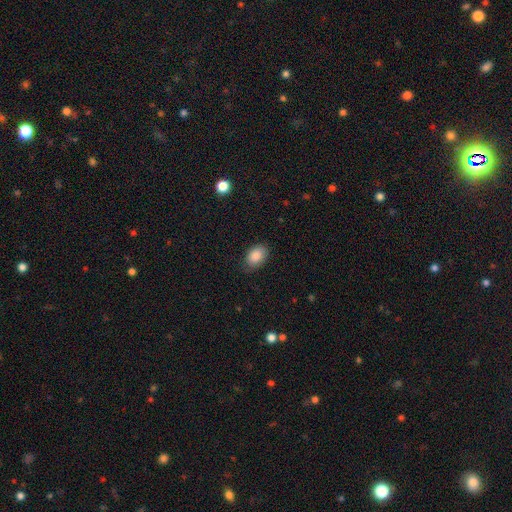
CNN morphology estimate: smooth 87%, star or artifact 7%, featured or disk 5%. Down the decision tree: how rounded — in between (86%); merging — none (79%).